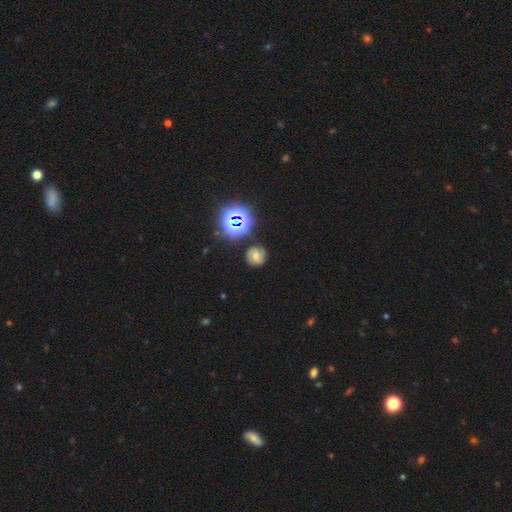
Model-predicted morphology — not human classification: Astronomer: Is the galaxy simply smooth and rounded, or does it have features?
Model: featured or disk — 45% (runner-up: smooth, 34%).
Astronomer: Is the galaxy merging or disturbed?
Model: none — 78%.